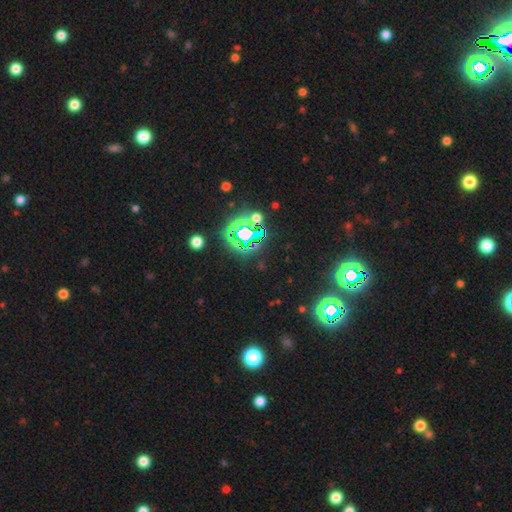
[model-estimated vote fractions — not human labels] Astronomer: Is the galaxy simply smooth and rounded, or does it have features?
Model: star or artifact — 79%.